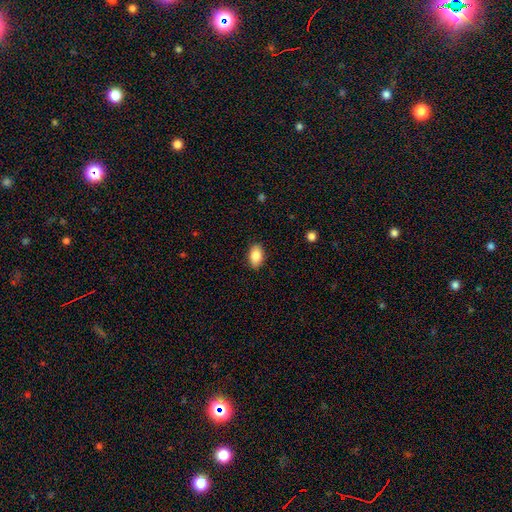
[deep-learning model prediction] A smooth galaxy with no disk features (86%) that is in between round and cigar-shaped (92%). Merging: none (88%).